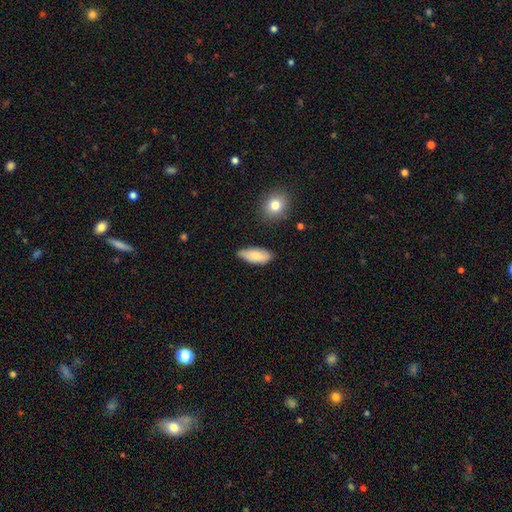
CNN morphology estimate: Smooth or featured? Predicted: smooth (p=0.80). How rounded? Predicted: in between (p=0.85). Merging? Predicted: none (p=0.73).